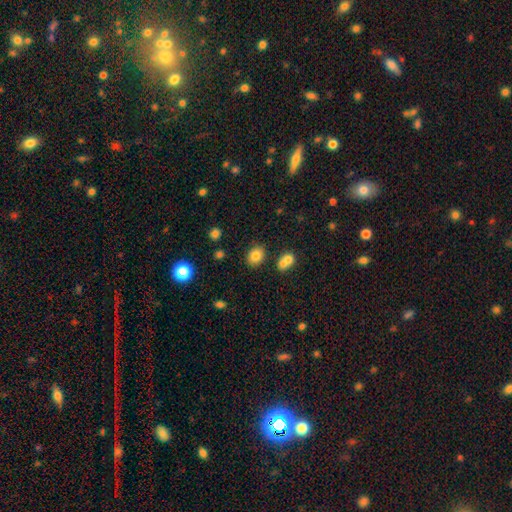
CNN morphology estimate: This appears to be a smooth galaxy with no disk features (80%) that is in between round and cigar-shaped (50%). Merging: none (74%).